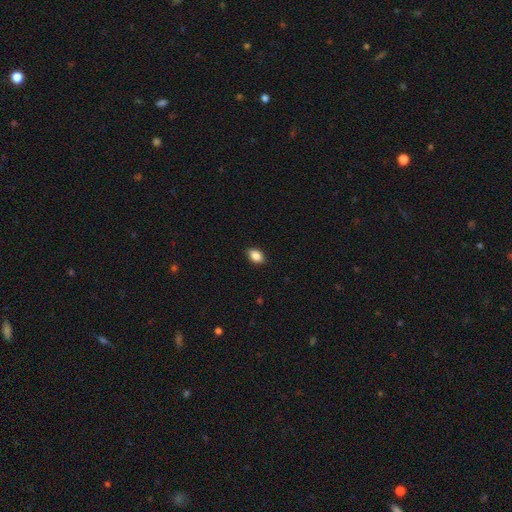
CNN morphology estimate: This is clearly a smooth galaxy (86%). How rounded: clearly in between (84%). Merging: clearly none (88%).